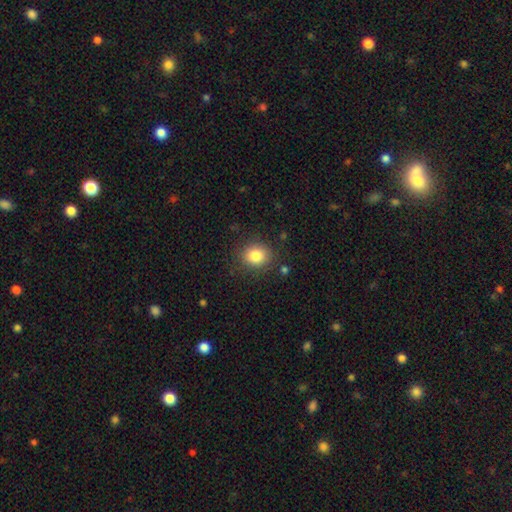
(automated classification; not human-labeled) The model was most divided on "how rounded": round: 71%, in between: 29%, cigar-shaped: 1%. More confident: merging — none (86%); smooth or featured — smooth (83%).